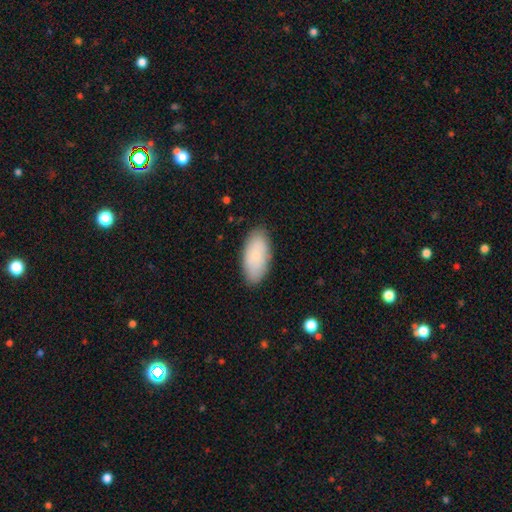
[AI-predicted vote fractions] smooth-or-featured: smooth: 80% | featured or disk: 14% | star or artifact: 6%
  how-rounded: in between: 93% | cigar-shaped: 5% | round: 2%
  merging: none: 85% | minor disturbance: 12% | major disturbance: 2% | merger: 1%